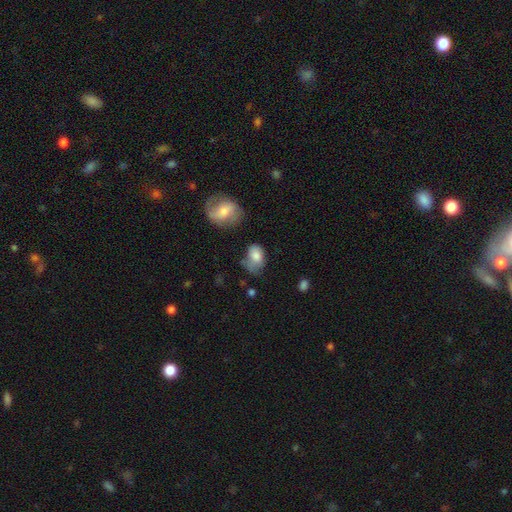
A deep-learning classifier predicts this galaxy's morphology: smooth_or_featured: smooth (p=0.76) [alt: featured or disk p=0.17]
how_rounded: in between (p=0.84) [alt: round p=0.15]
merging: minor disturbance (p=0.38) [alt: none p=0.36]